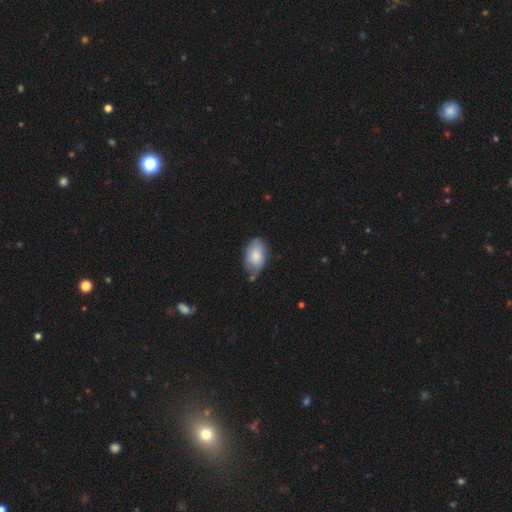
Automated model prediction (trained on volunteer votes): smooth_or_featured: smooth (p=0.76) [alt: featured or disk p=0.18]
how_rounded: in between (p=0.93) [alt: round p=0.05]
merging: none (p=0.58) [alt: minor disturbance p=0.31]